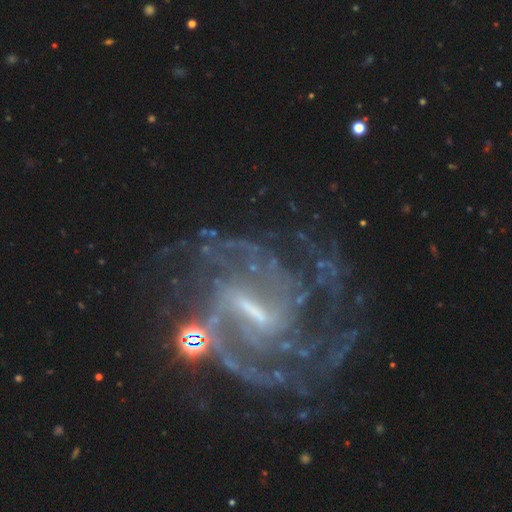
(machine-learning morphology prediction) featured or disk 90%, star or artifact 7%, smooth 3%. Down the decision tree: edge-on disk — no (98%); bar — strong (48%); spiral arms — yes (97%); spiral arm count — 2 (25%); spiral winding — medium (44%); bulge size — small (46%); merging — none (63%).